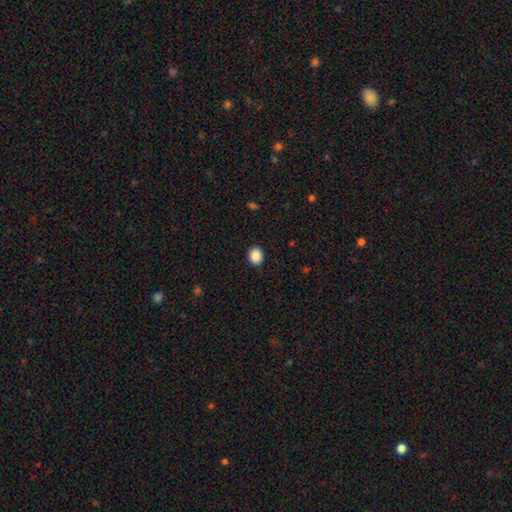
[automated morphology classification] Smooth or featured: smooth — 89% (star or artifact — 9%)
How rounded: round — 73% (in between — 26%)
Merging: none — 91% (minor disturbance — 6%)